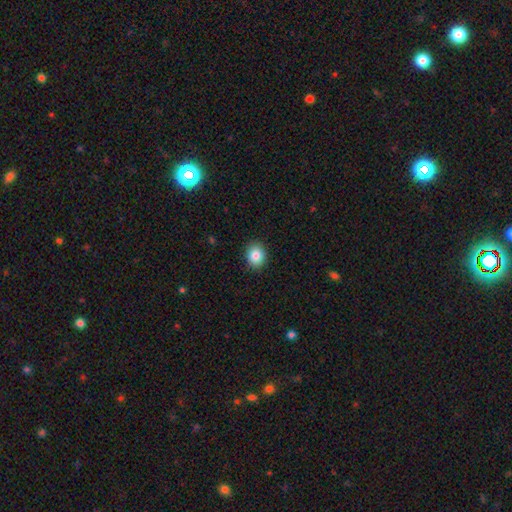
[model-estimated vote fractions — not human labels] Smooth or featured: smooth — 85% (star or artifact — 9%)
How rounded: round — 61% (in between — 38%)
Merging: none — 90% (minor disturbance — 7%)